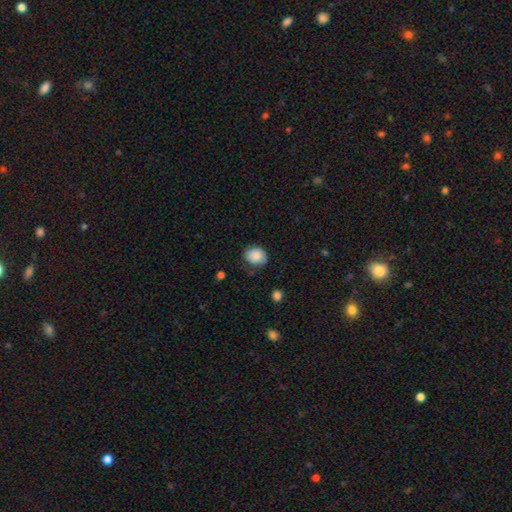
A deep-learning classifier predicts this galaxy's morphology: This is clearly a smooth galaxy (86%). How rounded: possibly round (58%). Merging: likely none (71%).